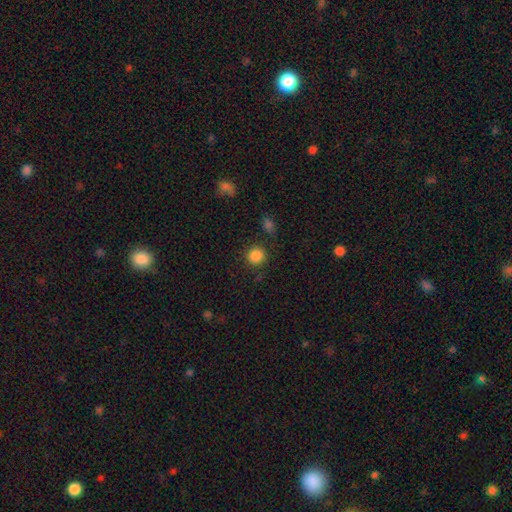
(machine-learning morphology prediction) type=smooth (85%); roundness=round (92%); merging=none (84%).